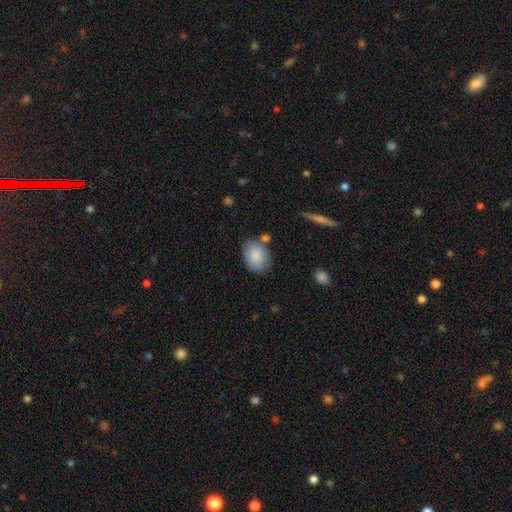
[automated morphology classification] This is clearly a smooth galaxy (86%). How rounded: likely in between (77%). Merging: likely none (71%).